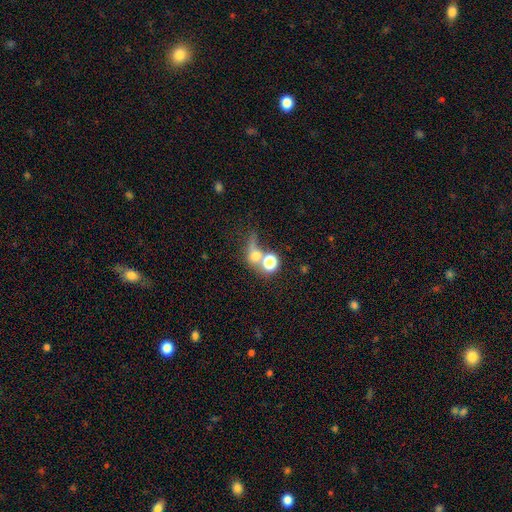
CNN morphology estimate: Smooth or featured: smooth — 60% (featured or disk — 21%)
How rounded: round — 63% (in between — 31%)
Merging: merger — 46% (none — 28%)